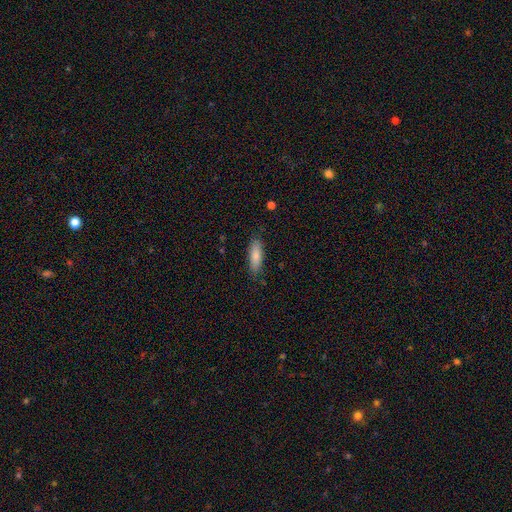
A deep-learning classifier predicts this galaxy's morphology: The model was most divided on "how rounded": in between: 54%, cigar-shaped: 44%, round: 2%. More confident: merging — none (83%); smooth or featured — smooth (82%).